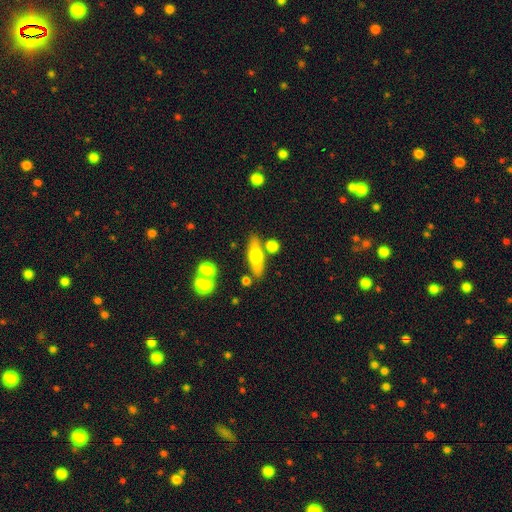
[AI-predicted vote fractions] smooth_or_featured: smooth (p=0.58) [alt: featured or disk p=0.35]
how_rounded: cigar-shaped (p=0.48) [alt: in between p=0.47]
merging: none (p=0.74) [alt: minor disturbance p=0.12]